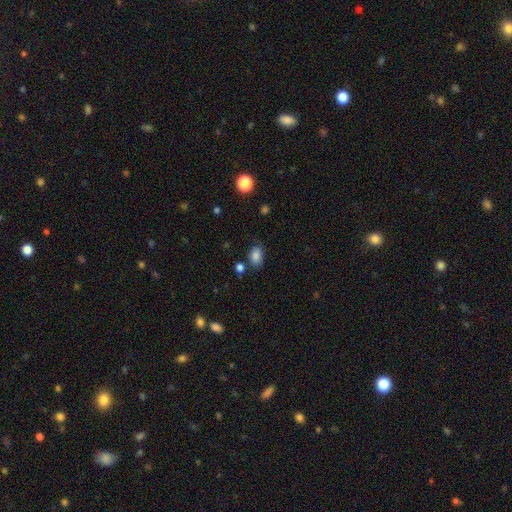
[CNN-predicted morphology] The model was most divided on "merging": none: 73%, minor disturbance: 17%, merger: 5%, major disturbance: 5%. More confident: smooth or featured — smooth (83%); how rounded — in between (79%).